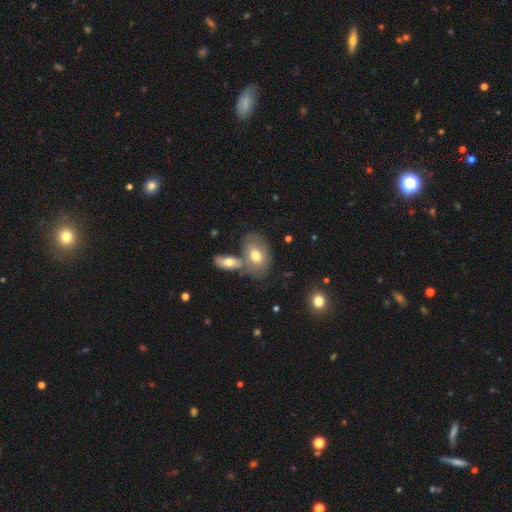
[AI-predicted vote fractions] A smooth galaxy with no disk features (61%) that is in between round and cigar-shaped (88%). Merging: none (47%).